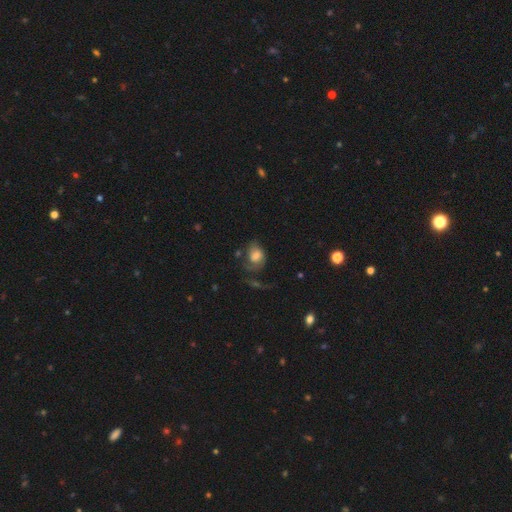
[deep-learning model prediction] smooth_or_featured: smooth (p=0.49) [alt: featured or disk p=0.41]
merging: none (p=0.38) [alt: major disturbance p=0.32]